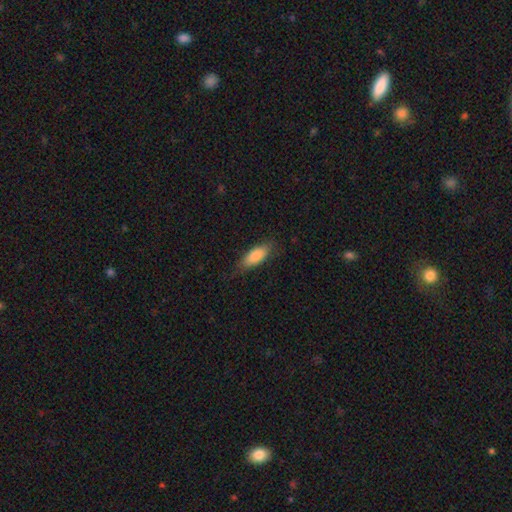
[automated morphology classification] Overall: smooth (85%). How rounded: in between (78%). Merging: none (75%).